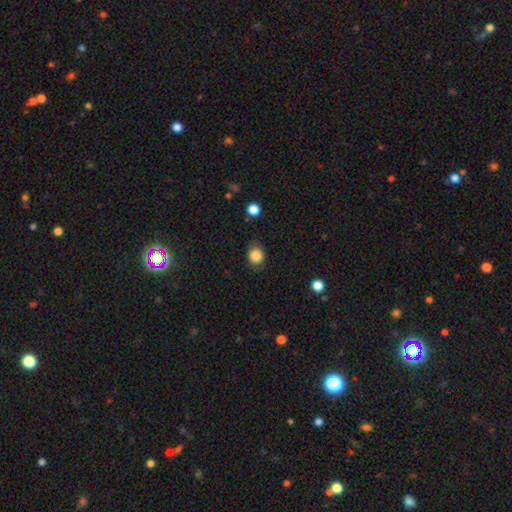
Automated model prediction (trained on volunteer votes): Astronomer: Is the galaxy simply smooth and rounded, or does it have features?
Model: smooth — 85%.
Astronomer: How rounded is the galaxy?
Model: round — 73%.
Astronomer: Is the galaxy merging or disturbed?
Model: none — 78%.